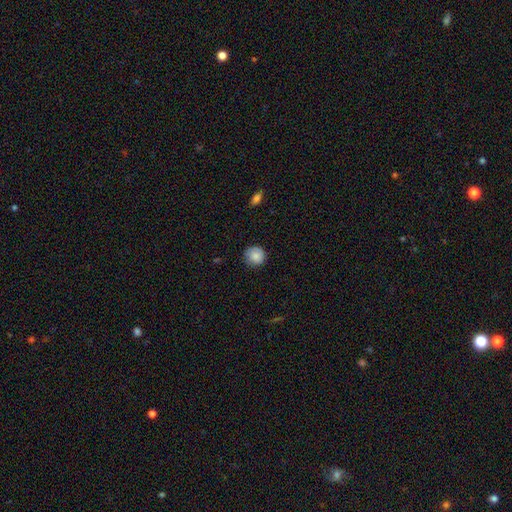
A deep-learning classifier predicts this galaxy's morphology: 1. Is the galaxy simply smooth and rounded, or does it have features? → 84% smooth, 8% featured or disk, 8% star or artifact.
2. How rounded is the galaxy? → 92% round, 7% in between, 1% cigar-shaped.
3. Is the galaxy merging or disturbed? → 81% none, 15% minor disturbance, 3% major disturbance, 1% merger.